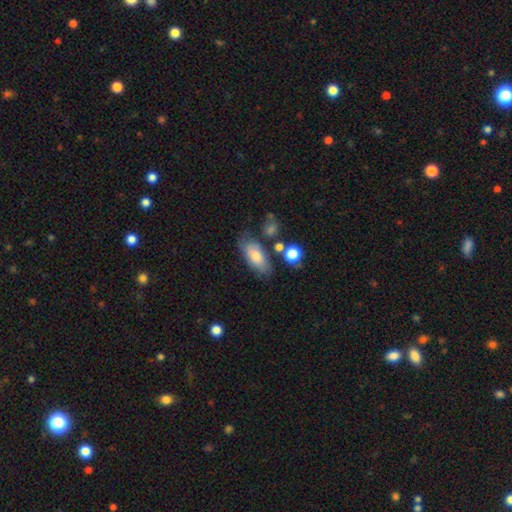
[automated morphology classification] Overall: smooth (70%). How rounded: in between (86%). Merging: none (63%).